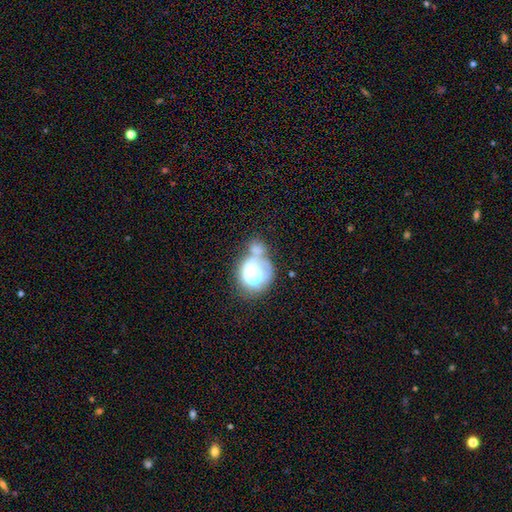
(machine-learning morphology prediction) smooth_or_featured: featured or disk (p=0.50) [alt: smooth p=0.40]
merging: merger (p=0.51) [alt: major disturbance p=0.19]